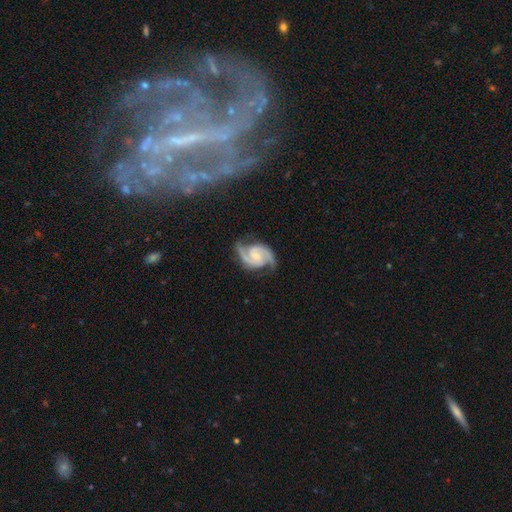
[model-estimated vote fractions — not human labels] A featured or disk galaxy (92%) with no bar (47%), 2 (92%) medium (58%) spiral arms (98%) and a small central bulge (52%). Merging: none (77%).